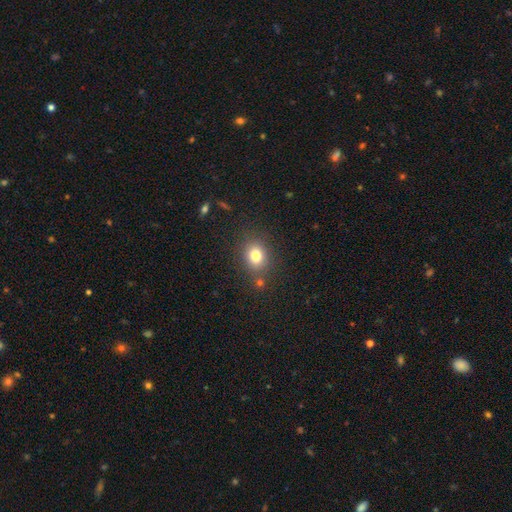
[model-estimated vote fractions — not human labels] smooth_or_featured: smooth (p=0.78) [alt: star or artifact p=0.13]
how_rounded: round (p=0.59) [alt: in between p=0.40]
merging: none (p=0.79) [alt: minor disturbance p=0.11]